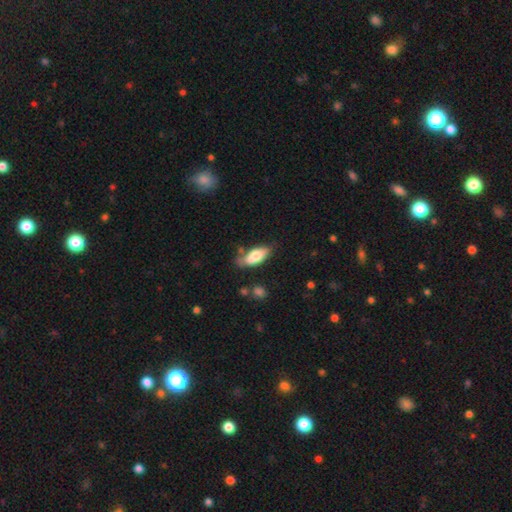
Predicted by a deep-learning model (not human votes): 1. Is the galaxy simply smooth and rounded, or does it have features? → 69% smooth, 24% featured or disk, 6% star or artifact.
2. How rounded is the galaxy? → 81% in between, 16% cigar-shaped, 3% round.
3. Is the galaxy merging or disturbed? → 54% none, 27% minor disturbance, 12% merger, 8% major disturbance.